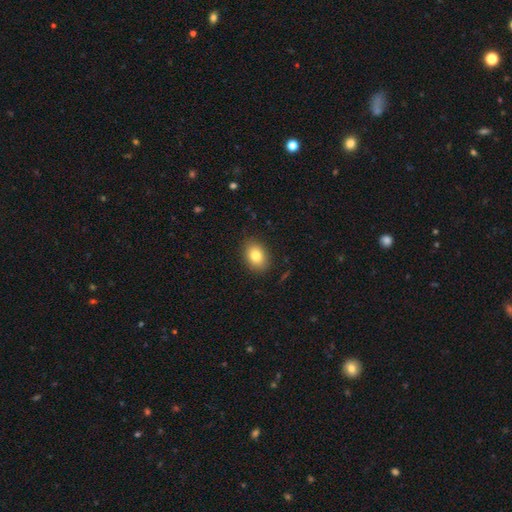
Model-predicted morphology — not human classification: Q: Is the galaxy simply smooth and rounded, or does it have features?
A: smooth — 81%.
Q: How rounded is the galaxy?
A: in between — 72%.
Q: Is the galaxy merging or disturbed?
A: none — 88%.